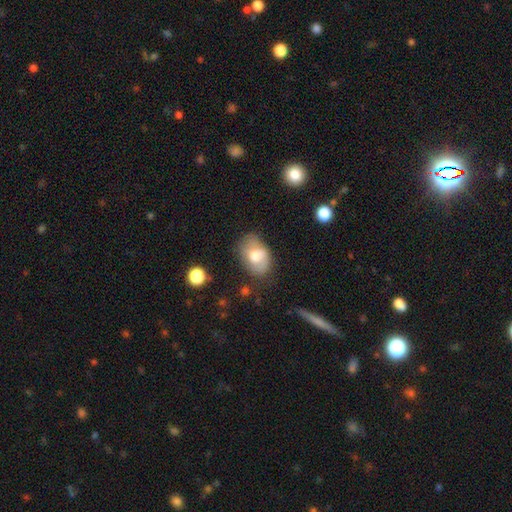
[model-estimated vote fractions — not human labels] Smooth or featured? Predicted: smooth (p=0.64). How rounded? Predicted: in between (p=0.82). Merging? Predicted: none (p=0.56).